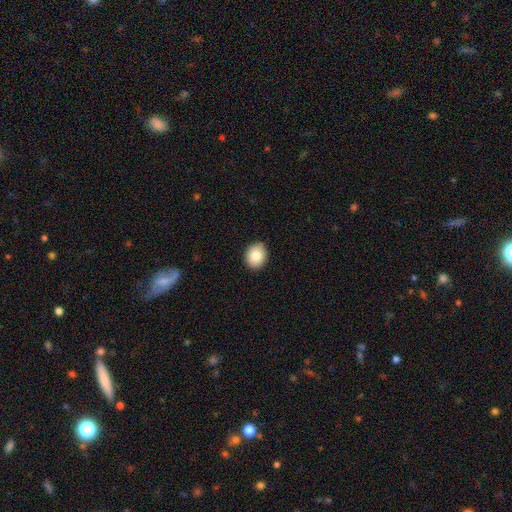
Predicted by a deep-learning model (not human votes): A smooth galaxy with no disk features (83%) that is round (53%). Merging: none (89%).